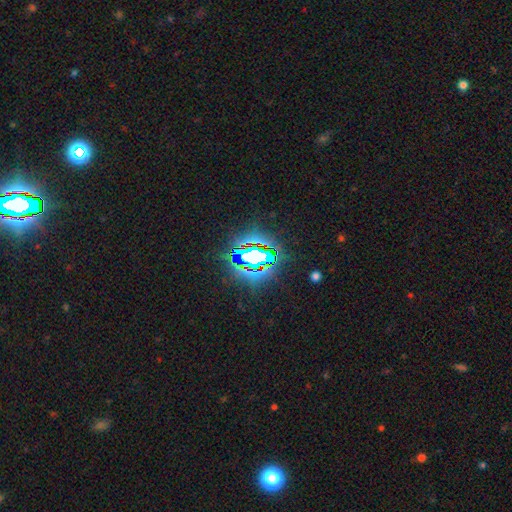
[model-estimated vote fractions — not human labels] Overall: star or artifact (75%).